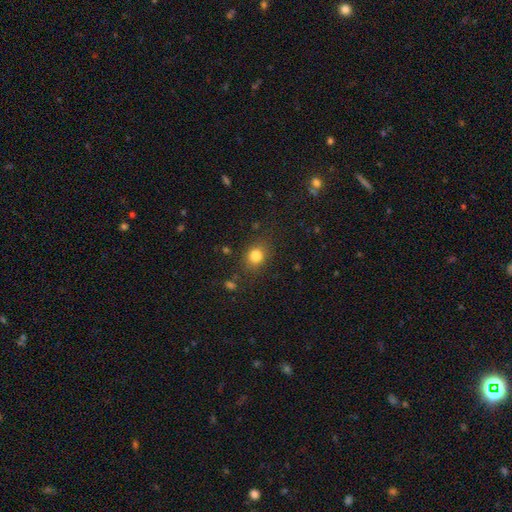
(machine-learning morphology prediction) Smooth or featured?
  - smooth: 82% *
  - star or artifact: 12%
  - featured or disk: 6%
How rounded?
  - round: 65% *
  - in between: 33%
  - cigar-shaped: 1%
Merging?
  - none: 80% *
  - minor disturbance: 13%
  - major disturbance: 5%
  - merger: 2%